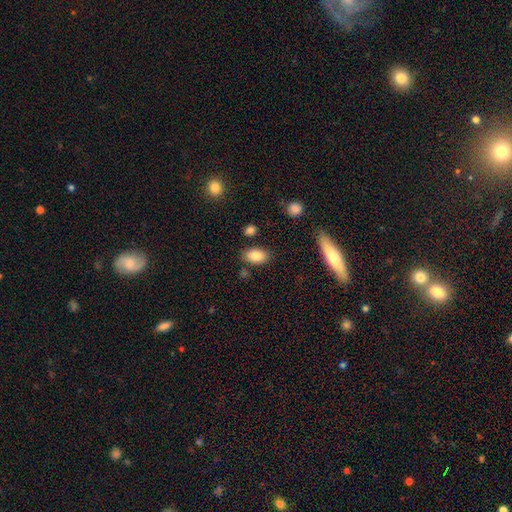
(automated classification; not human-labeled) smooth-or-featured: smooth: 85% | star or artifact: 8% | featured or disk: 7%
  how-rounded: in between: 90% | round: 7% | cigar-shaped: 2%
  merging: none: 82% | minor disturbance: 11% | merger: 4% | major disturbance: 3%